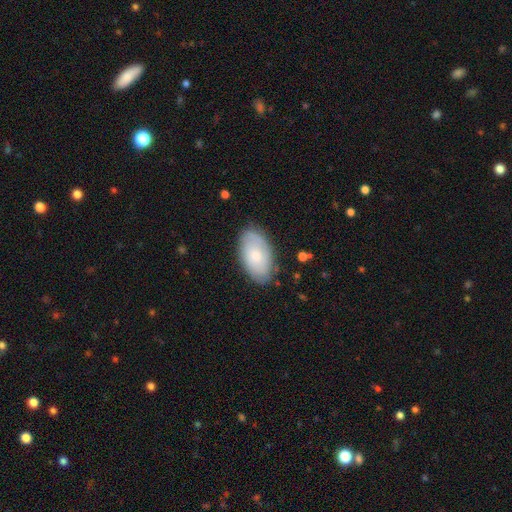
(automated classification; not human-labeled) Smooth or featured?
  - smooth: 60% *
  - featured or disk: 34%
  - star or artifact: 7%
How rounded?
  - in between: 94% *
  - round: 4%
  - cigar-shaped: 2%
Merging?
  - none: 80% *
  - minor disturbance: 16%
  - major disturbance: 4%
  - merger: 1%